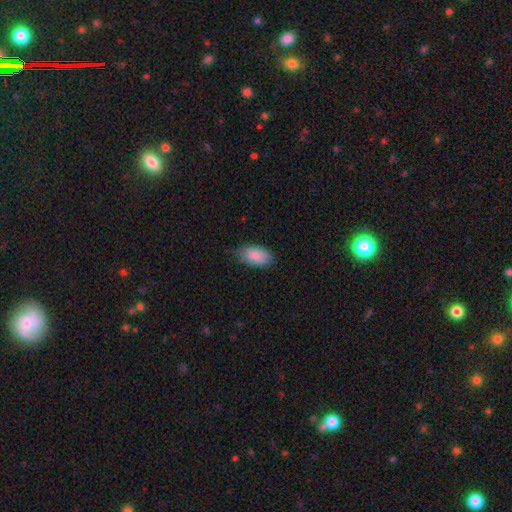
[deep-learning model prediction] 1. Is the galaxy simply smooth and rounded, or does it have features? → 86% smooth, 8% featured or disk, 6% star or artifact.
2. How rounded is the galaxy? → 94% in between, 4% round, 2% cigar-shaped.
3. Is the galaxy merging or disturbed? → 69% none, 25% minor disturbance, 5% major disturbance, 1% merger.